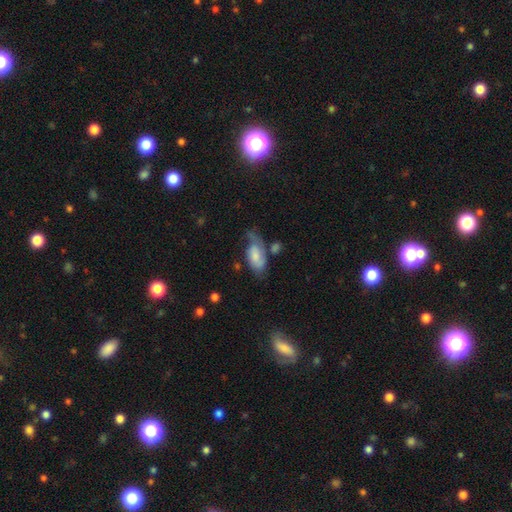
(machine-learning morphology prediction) Smooth or featured: smooth — 50% (featured or disk — 43%)
Merging: none — 36% (minor disturbance — 30%)